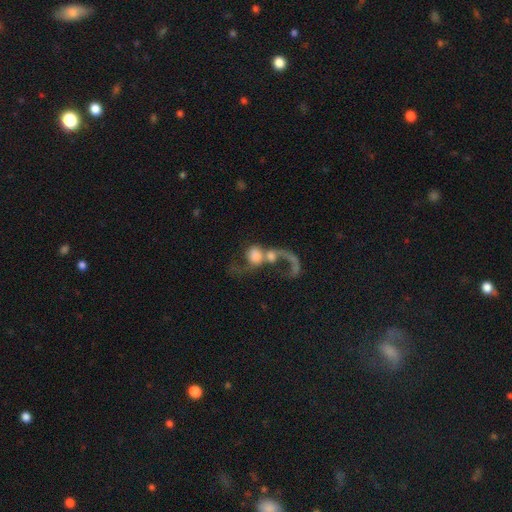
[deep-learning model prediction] Smooth or featured: featured or disk — 52% (smooth — 38%)
Edge-on disk: no — 96% (yes — 4%)
Bar: no — 73% (weak — 21%)
Spiral arms: yes — 67% (no — 33%)
Bulge size: large — 29% (moderate — 24%)
Merging: merger — 65% (major disturbance — 19%)